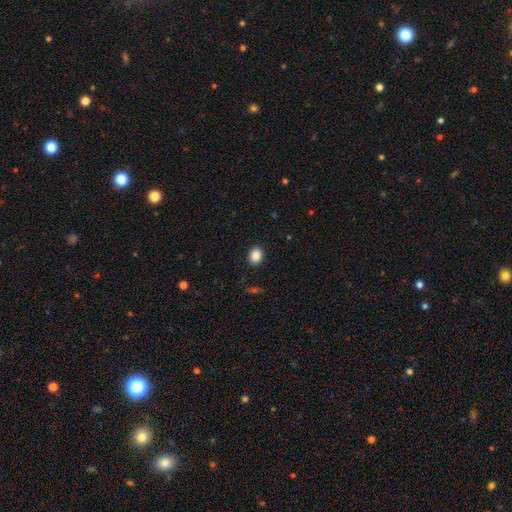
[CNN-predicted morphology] This is clearly a smooth galaxy (87%). How rounded: possibly round (52%). Merging: clearly none (90%).